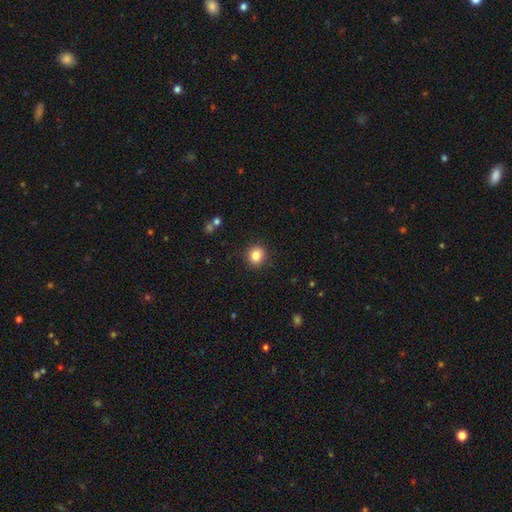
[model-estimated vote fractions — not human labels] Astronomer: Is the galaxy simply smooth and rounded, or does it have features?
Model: smooth — 84%.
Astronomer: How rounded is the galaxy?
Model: round — 82%.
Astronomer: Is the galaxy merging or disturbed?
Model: none — 90%.